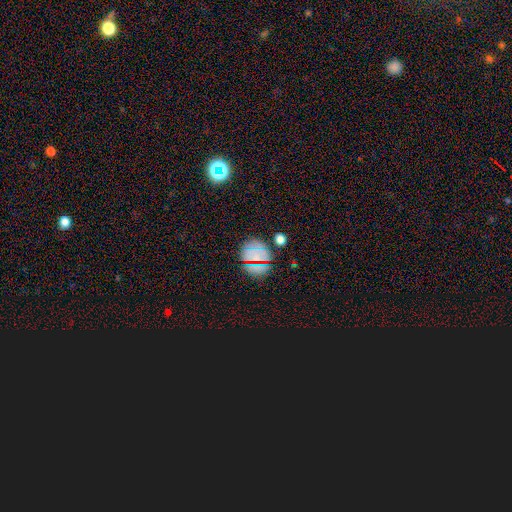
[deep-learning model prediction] Smooth or featured? Predicted: smooth (p=0.65). How rounded? Predicted: round (p=0.80). Merging? Predicted: none (p=0.79).